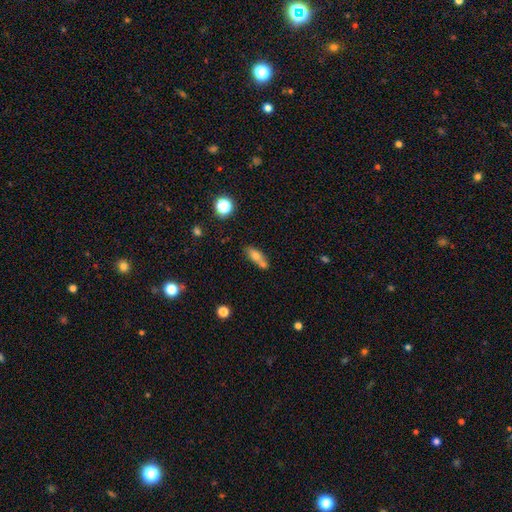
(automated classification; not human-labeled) Smooth or featured? Predicted: smooth (p=0.70). How rounded? Predicted: in between (p=0.67). Merging? Predicted: none (p=0.46).